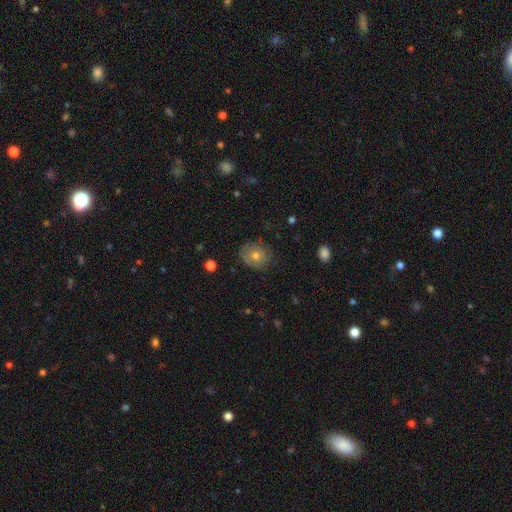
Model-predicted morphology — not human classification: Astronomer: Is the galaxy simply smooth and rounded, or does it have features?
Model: smooth — 57%.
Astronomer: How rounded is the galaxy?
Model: round — 76%.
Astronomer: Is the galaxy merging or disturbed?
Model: none — 80%.